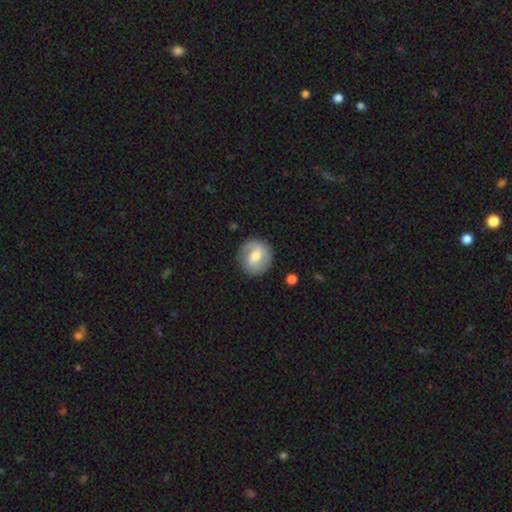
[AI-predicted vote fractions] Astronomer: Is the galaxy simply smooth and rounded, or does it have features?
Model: smooth — 48% (runner-up: featured or disk, 45%).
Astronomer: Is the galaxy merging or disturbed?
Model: none — 83%.